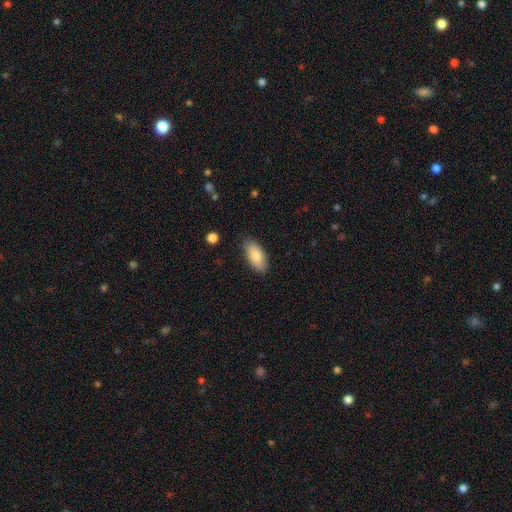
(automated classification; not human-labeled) Smooth or featured?
  - smooth: 84% *
  - featured or disk: 10%
  - star or artifact: 6%
How rounded?
  - in between: 89% *
  - cigar-shaped: 9%
  - round: 2%
Merging?
  - none: 81% *
  - minor disturbance: 15%
  - major disturbance: 3%
  - merger: 1%